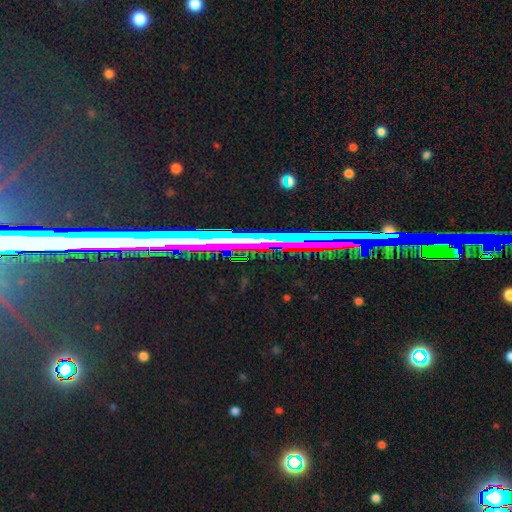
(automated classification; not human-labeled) Overall: star or artifact (57%; featured or disk 26%).